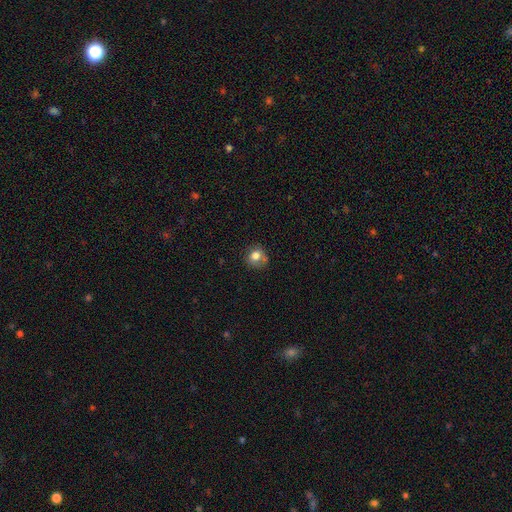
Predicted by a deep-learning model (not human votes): A smooth galaxy with no disk features (78%) that is round (80%). Merging: none (63%).